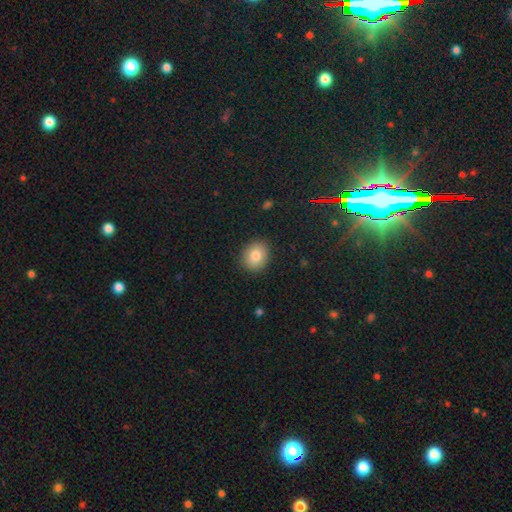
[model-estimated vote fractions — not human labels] Smooth or featured? smooth (81%)
How rounded? round (65%)
Merging? none (89%)